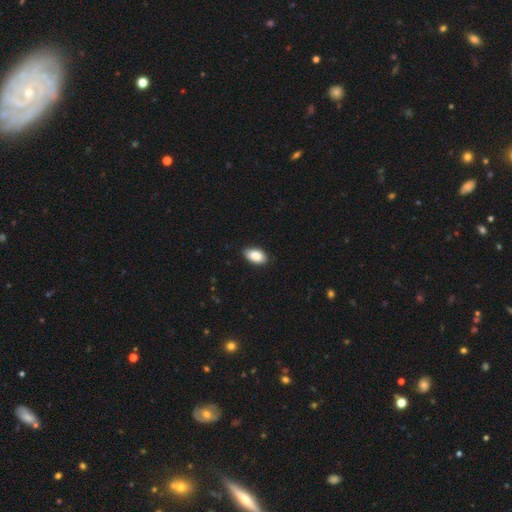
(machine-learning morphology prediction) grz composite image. It shows a smooth galaxy with no disk features (88%) that is in between round and cigar-shaped (94%). Merging: none (85%).